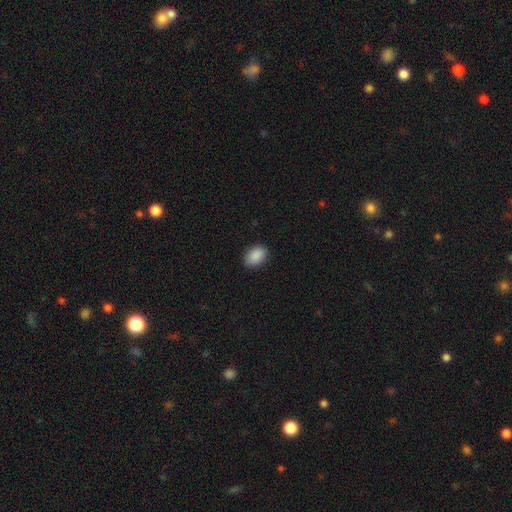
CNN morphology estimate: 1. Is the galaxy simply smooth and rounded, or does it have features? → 90% smooth, 7% star or artifact, 3% featured or disk.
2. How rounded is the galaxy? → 83% in between, 15% round, 1% cigar-shaped.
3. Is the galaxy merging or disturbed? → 88% none, 9% minor disturbance, 2% major disturbance, 1% merger.